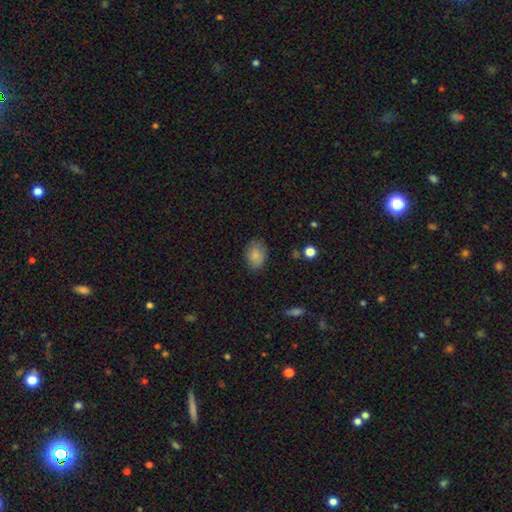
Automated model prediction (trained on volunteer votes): This is clearly a smooth galaxy (84%). How rounded: likely in between (75%). Merging: clearly none (80%).